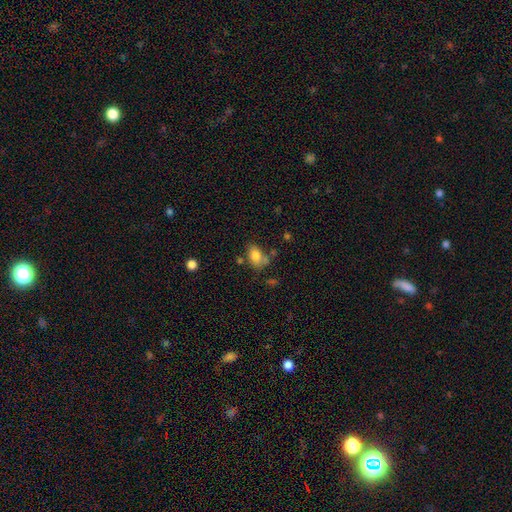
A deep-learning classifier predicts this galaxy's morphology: A smooth galaxy with no disk features (80%) that is in between round and cigar-shaped (82%). Merging: none (55%).